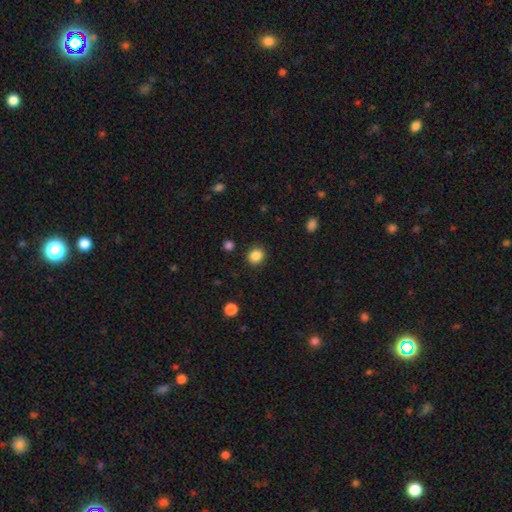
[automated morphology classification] Smooth or featured?
  - smooth: 86% *
  - star or artifact: 11%
  - featured or disk: 3%
How rounded?
  - round: 75% *
  - in between: 24%
  - cigar-shaped: 1%
Merging?
  - none: 88% *
  - minor disturbance: 7%
  - major disturbance: 3%
  - merger: 2%